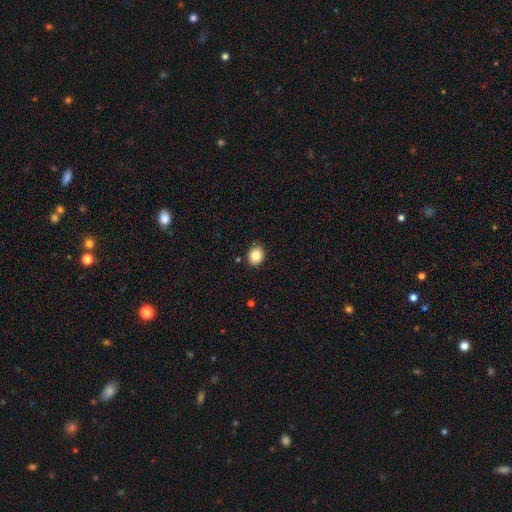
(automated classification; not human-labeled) Smooth or featured: smooth — 84% (star or artifact — 9%)
How rounded: round — 53% (in between — 46%)
Merging: none — 87% (minor disturbance — 10%)